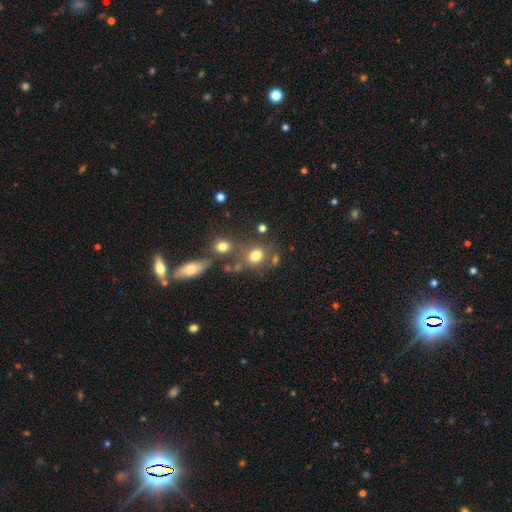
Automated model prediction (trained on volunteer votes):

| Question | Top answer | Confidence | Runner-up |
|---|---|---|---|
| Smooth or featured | smooth | 76% | star or artifact (14%) |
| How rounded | round | 57% | in between (41%) |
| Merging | none | 58% | merger (21%) |